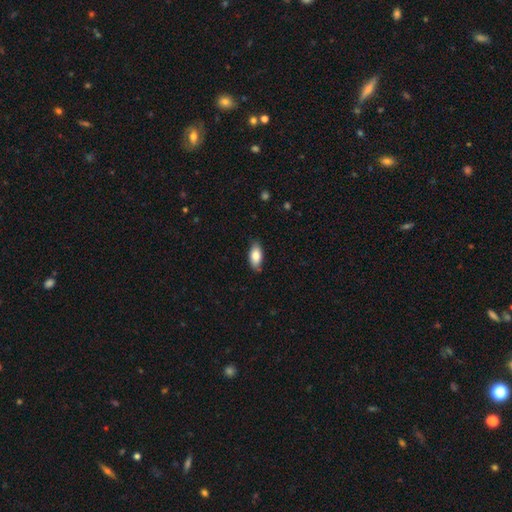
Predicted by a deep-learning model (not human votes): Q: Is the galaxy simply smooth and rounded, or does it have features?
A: smooth — 83%.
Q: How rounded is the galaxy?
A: in between — 90%.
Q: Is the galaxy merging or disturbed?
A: none — 80%.